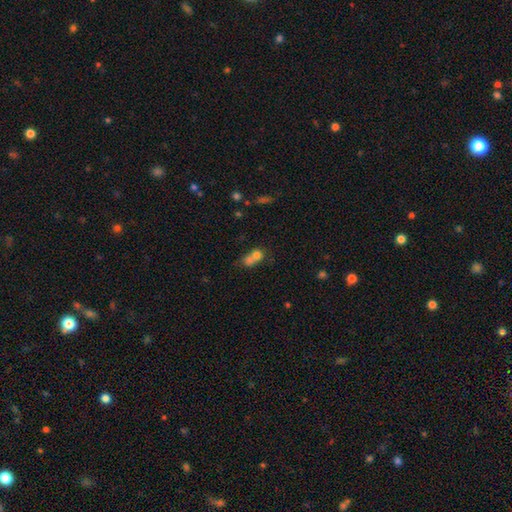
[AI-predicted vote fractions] Q: Smooth or featured?
A: smooth (71%); runner-up: featured or disk (17%)
Q: How rounded?
A: round (64%); runner-up: in between (34%)
Q: Merging?
A: merger (68%); runner-up: none (21%)